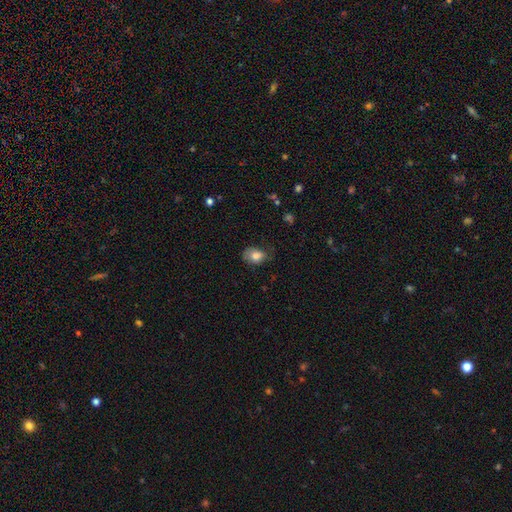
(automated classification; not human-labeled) Overall: smooth (79%). How rounded: in between (71%). Merging: none (54%; minor disturbance 32%).